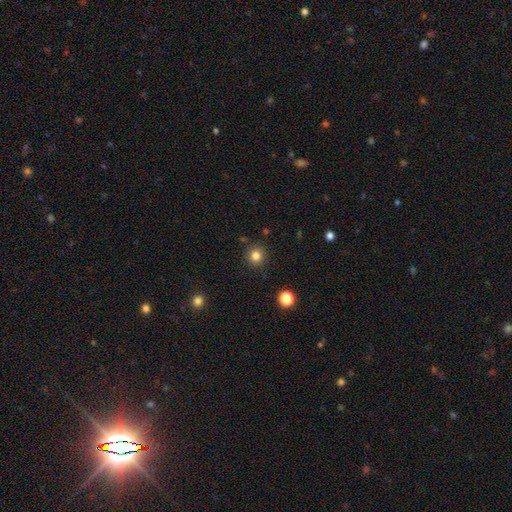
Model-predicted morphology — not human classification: This appears to be a smooth galaxy with no disk features (82%) that is round (93%). Merging: none (90%).